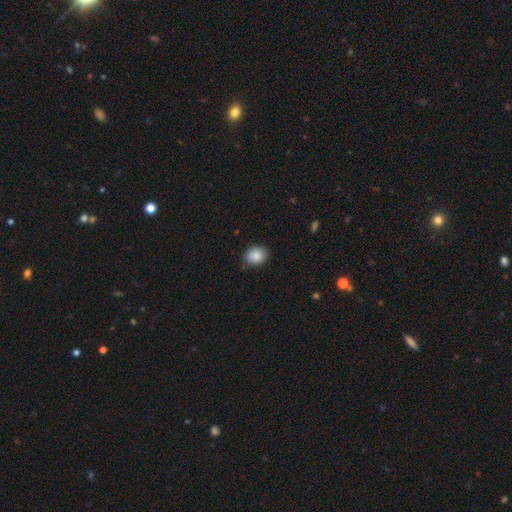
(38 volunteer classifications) A smooth galaxy with no disk features (95%) that is round (67%). Merging: none (78%).